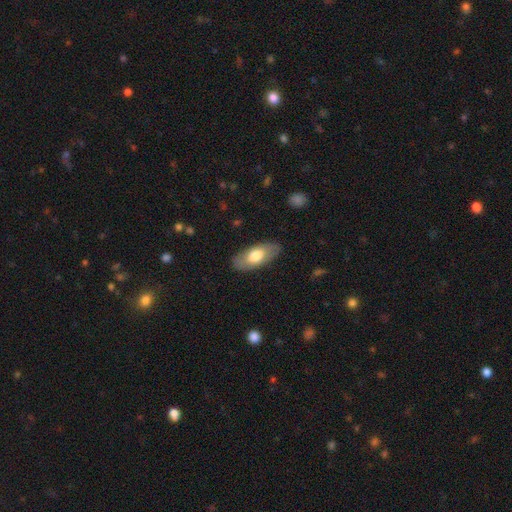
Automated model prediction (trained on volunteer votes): Smooth or featured: smooth — 68% (featured or disk — 27%)
How rounded: in between — 89% (cigar-shaped — 9%)
Merging: none — 85% (minor disturbance — 11%)